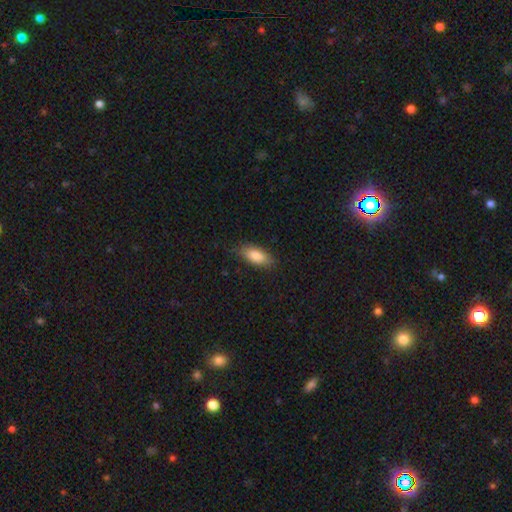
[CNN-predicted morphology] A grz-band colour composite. It shows a smooth galaxy with no disk features (85%) that is in between round and cigar-shaped (82%). Merging: none (82%).